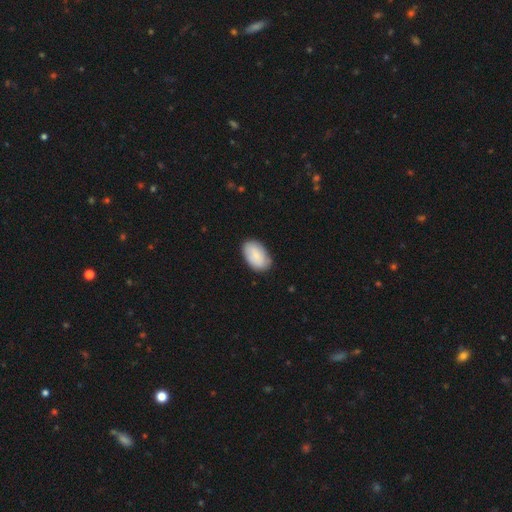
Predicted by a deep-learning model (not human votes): This appears to be a smooth galaxy with no disk features (81%) that is in between round and cigar-shaped (93%). Merging: none (80%).